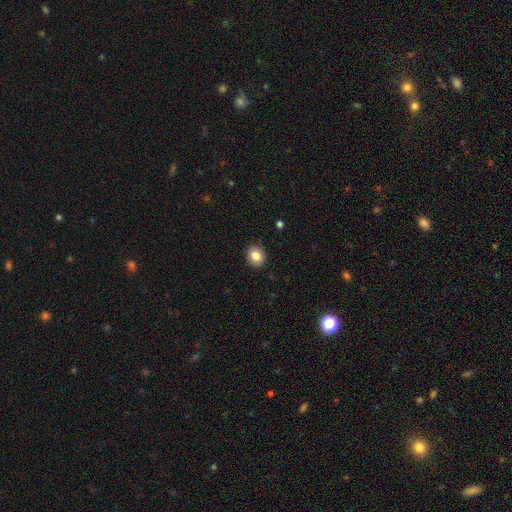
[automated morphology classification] Smooth or featured? Predicted: smooth (p=0.84). How rounded? Predicted: round (p=0.69). Merging? Predicted: none (p=0.89).